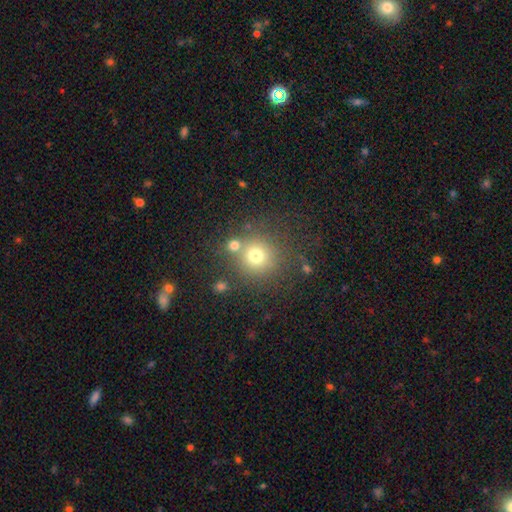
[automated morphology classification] Smooth or featured? smooth (72%)
How rounded? round (93%)
Merging? none (70%)